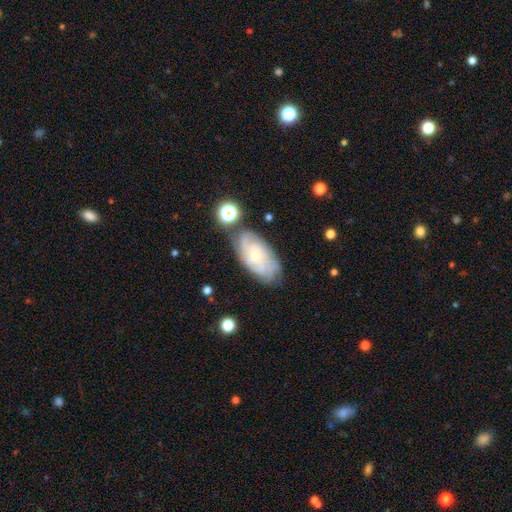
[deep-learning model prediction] This is likely a featured or disk galaxy (76%). It is clearly not viewed edge-on (94%). Bar: likely no (74%). Spiral arm pattern: clearly yes (93%). Spiral arm count: marginally can't tell (40%). Spiral winding: likely tight (67%). Central bulge: likely small (70%). Merging: likely none (71%).